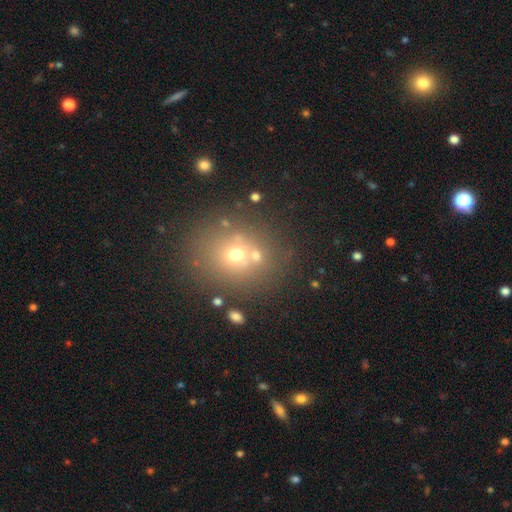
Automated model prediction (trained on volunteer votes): Smooth or featured? smooth (61%)
How rounded? round (73%)
Merging? none (64%)